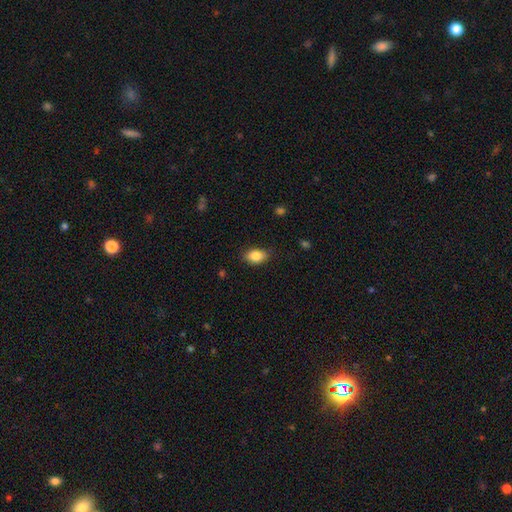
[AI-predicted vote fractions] This is clearly a smooth galaxy (85%). How rounded: clearly in between (84%). Merging: clearly none (82%).